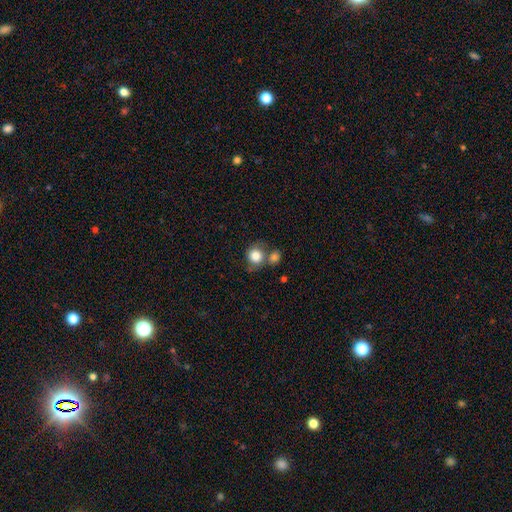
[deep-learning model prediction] The model was most divided on "merging": none: 51%, merger: 30%, minor disturbance: 13%, major disturbance: 6%. More confident: how rounded — round (83%); smooth or featured — smooth (81%).